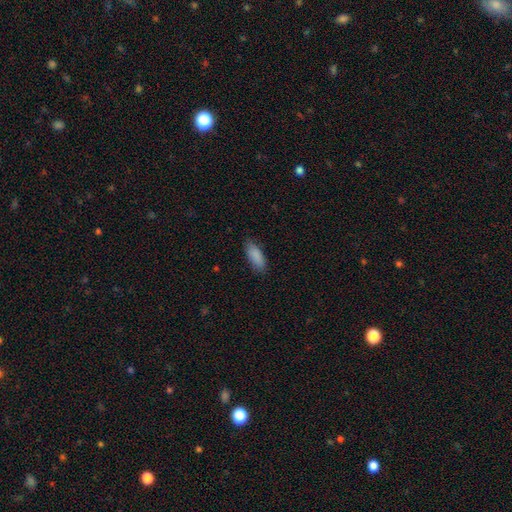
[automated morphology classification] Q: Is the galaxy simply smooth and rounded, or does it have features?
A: smooth — 88%.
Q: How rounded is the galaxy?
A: in between — 74%.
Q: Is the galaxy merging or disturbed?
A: none — 83%.